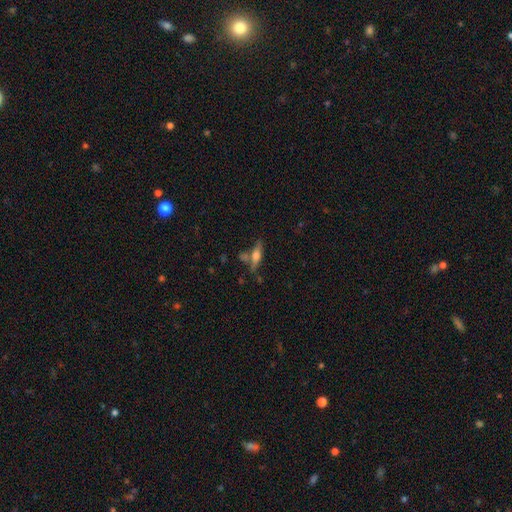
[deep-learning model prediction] This appears to be a featured or disk galaxy (51%) viewed edge-on (92%). Merging: none (67%).